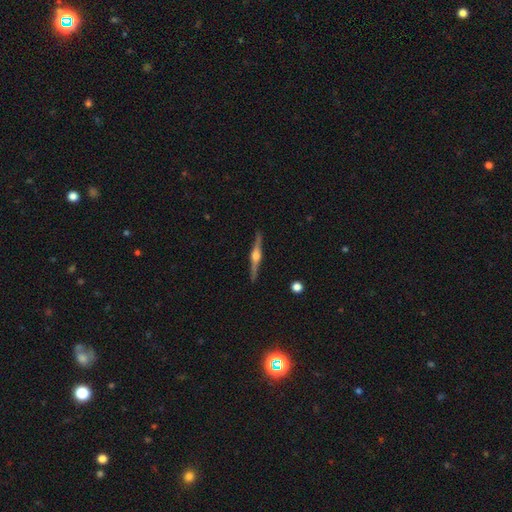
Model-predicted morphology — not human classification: Smooth or featured? Predicted: featured or disk (p=0.84). Edge-on disk? Predicted: yes (p=0.98). Edge-on bulge? Predicted: rounded (p=0.91). Merging? Predicted: none (p=0.91).